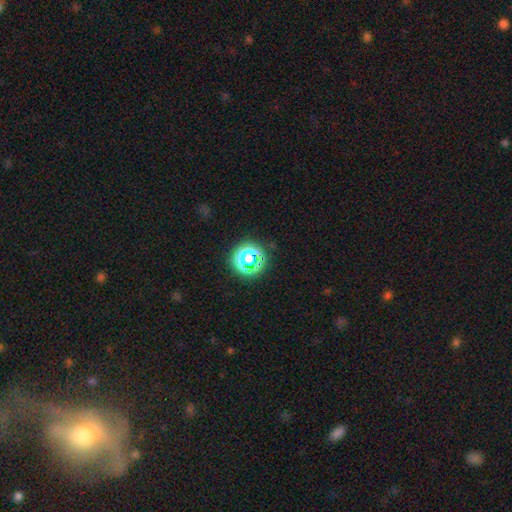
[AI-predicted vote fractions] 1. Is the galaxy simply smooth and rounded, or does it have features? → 62% star or artifact, 32% smooth, 6% featured or disk.